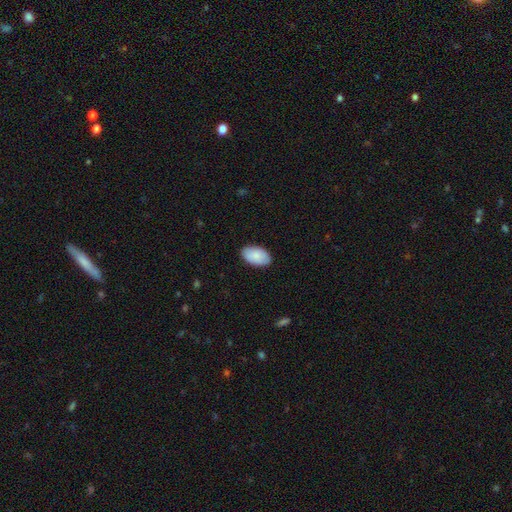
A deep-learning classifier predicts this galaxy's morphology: This is clearly a smooth galaxy (85%). How rounded: clearly in between (95%). Merging: clearly none (86%).